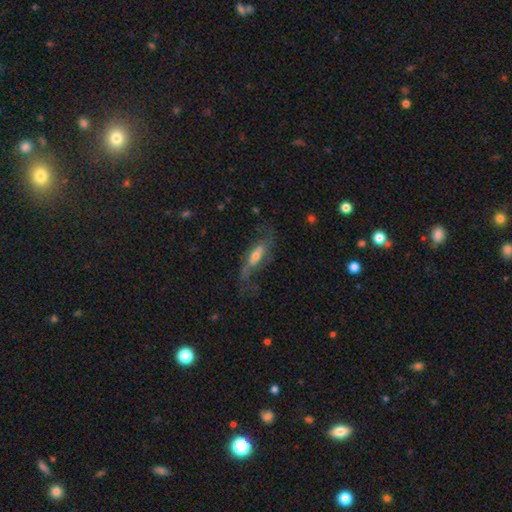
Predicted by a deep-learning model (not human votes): A featured or disk galaxy (61%).

Vote fractions:
- Smooth or featured? featured or disk: 61% / smooth: 31% / star or artifact: 8%
- Edge-on disk? no: 74% / yes: 26%
- Merging? none: 50% / major disturbance: 26% / minor disturbance: 21% / merger: 3%